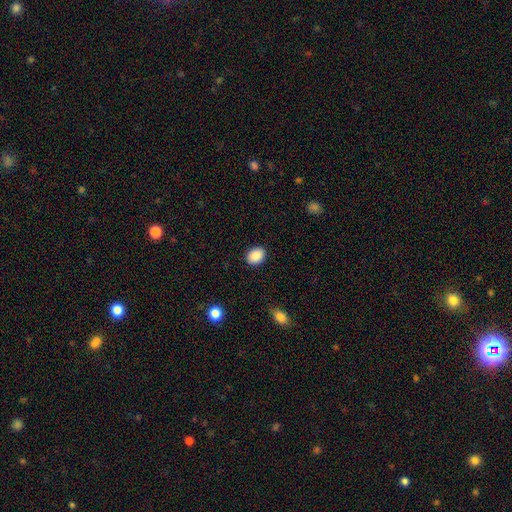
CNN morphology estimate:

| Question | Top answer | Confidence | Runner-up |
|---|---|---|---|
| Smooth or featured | smooth | 89% | star or artifact (8%) |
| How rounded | in between | 60% | round (40%) |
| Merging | none | 89% | minor disturbance (8%) |